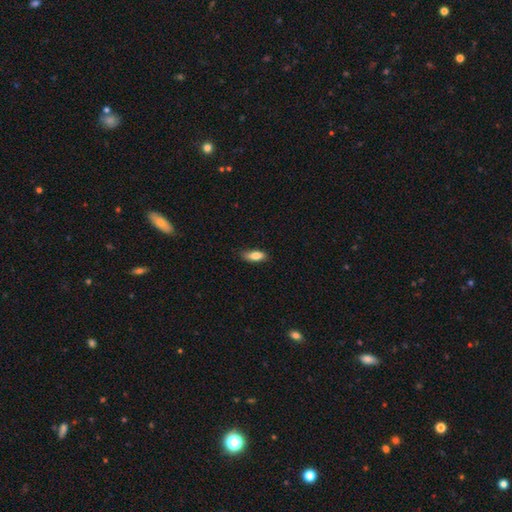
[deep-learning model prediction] This is clearly a smooth galaxy (84%). How rounded: likely in between (74%). Merging: likely none (77%).